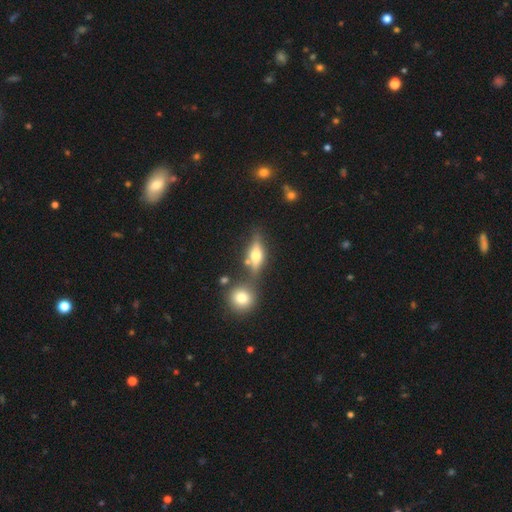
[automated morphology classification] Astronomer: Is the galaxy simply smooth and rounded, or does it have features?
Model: featured or disk — 55% (runner-up: smooth, 35%).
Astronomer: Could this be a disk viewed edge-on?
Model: yes — 86%.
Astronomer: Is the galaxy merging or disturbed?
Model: none — 65%.